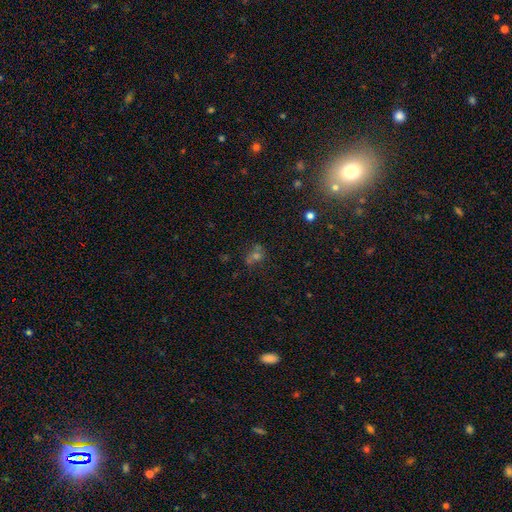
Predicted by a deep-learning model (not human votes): The model was most divided on "smooth or featured": smooth: 43%, star or artifact: 39%, featured or disk: 18%. Remaining: merging — none (48%).